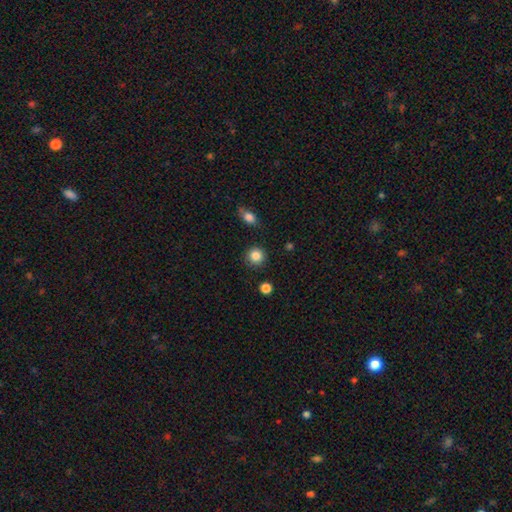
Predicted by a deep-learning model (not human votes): smooth 85%, star or artifact 10%, featured or disk 5%. Down the decision tree: how rounded — round (93%); merging — none (89%).